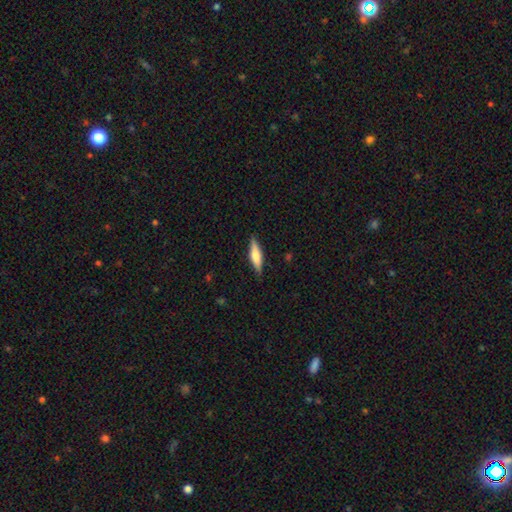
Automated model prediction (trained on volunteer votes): smooth-or-featured: smooth: 57% | featured or disk: 37% | star or artifact: 6%
  how-rounded: cigar-shaped: 70% | in between: 29% | round: 2%
  merging: none: 87% | minor disturbance: 10% | major disturbance: 2% | merger: 1%